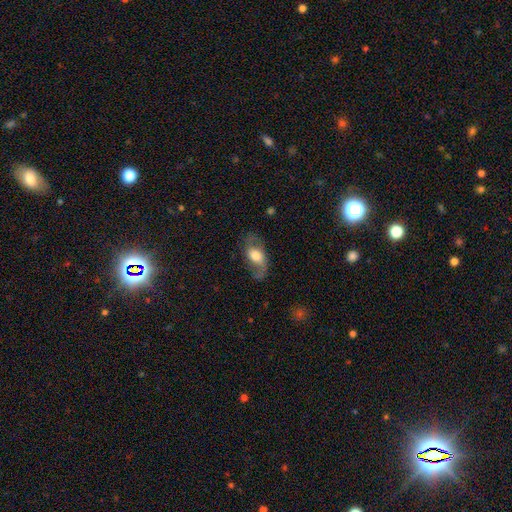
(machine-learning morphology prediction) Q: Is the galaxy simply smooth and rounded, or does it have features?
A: featured or disk — 52%.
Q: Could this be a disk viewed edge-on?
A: no — 90%.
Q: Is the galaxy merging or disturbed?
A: none — 61%.